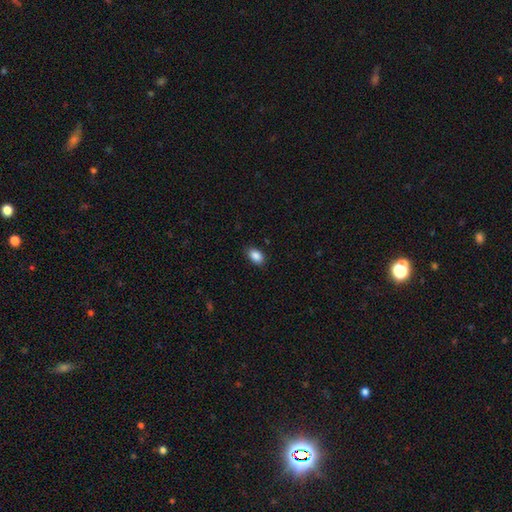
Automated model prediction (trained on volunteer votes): Q: Smooth or featured?
A: smooth (89%); runner-up: star or artifact (8%)
Q: How rounded?
A: in between (88%); runner-up: round (10%)
Q: Merging?
A: none (86%); runner-up: minor disturbance (11%)